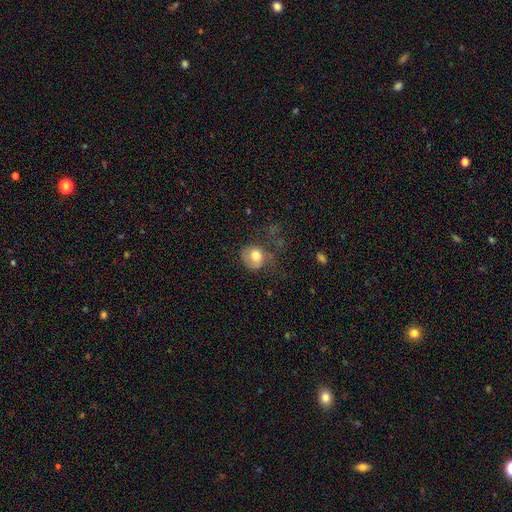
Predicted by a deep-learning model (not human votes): A smooth galaxy with no disk features (72%) that is round (65%). Merging: none (42%).